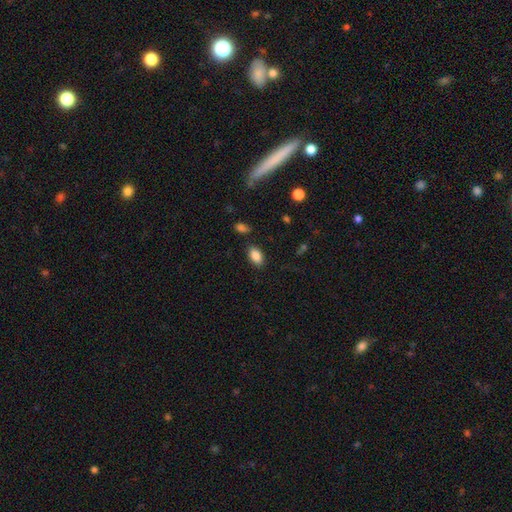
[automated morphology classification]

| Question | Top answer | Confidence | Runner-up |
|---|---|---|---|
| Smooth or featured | smooth | 86% | star or artifact (8%) |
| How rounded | in between | 91% | round (7%) |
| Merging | none | 83% | minor disturbance (11%) |